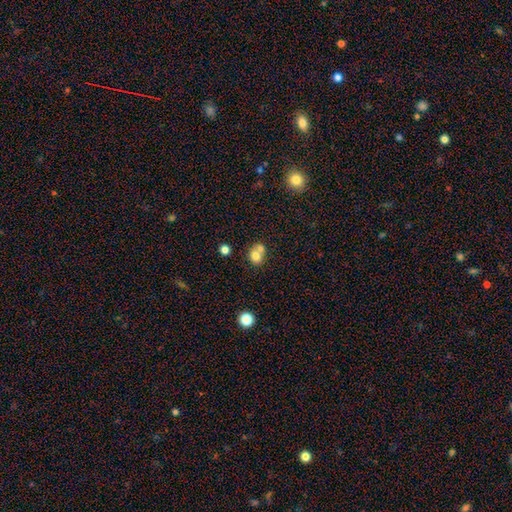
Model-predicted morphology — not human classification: A smooth galaxy with no disk features (74%) that is round (60%).

Vote fractions:
- Smooth or featured? smooth: 74% / featured or disk: 15% / star or artifact: 11%
- How rounded? round: 60% / in between: 39% / cigar-shaped: 1%
- Merging? merger: 52% / none: 36% / minor disturbance: 9% / major disturbance: 3%